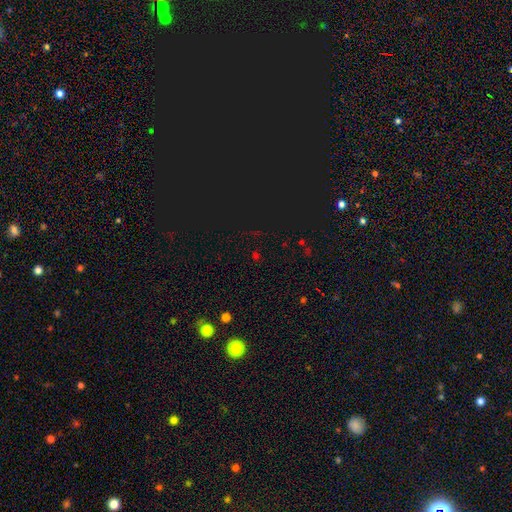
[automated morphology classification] A star or artifact, not a galaxy (65%).